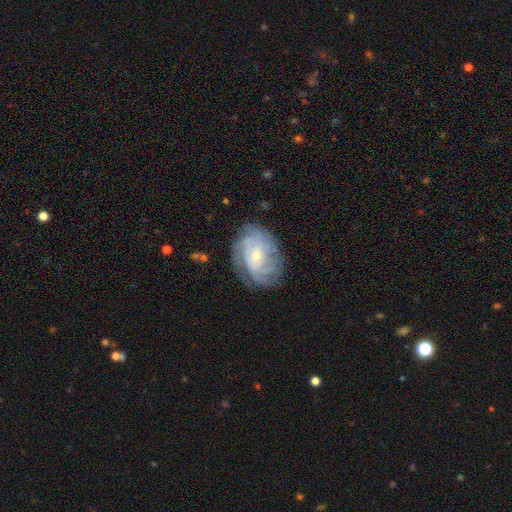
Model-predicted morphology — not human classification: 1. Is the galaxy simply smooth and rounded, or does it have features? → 82% featured or disk, 11% smooth, 7% star or artifact.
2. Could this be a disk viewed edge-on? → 96% no, 4% yes.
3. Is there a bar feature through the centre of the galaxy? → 72% no, 23% weak, 5% strong.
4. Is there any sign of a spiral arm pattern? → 95% yes, 5% no.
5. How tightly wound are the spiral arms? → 68% tight, 25% medium, 7% loose.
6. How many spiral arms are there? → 33% can't tell, 23% 4, 14% 3, 13% more than 4, 10% 2, 6% 1.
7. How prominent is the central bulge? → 66% small, 31% moderate, 2% large, 1% none, 1% dominant.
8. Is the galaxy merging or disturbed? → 78% none, 15% minor disturbance, 5% major disturbance, 1% merger.